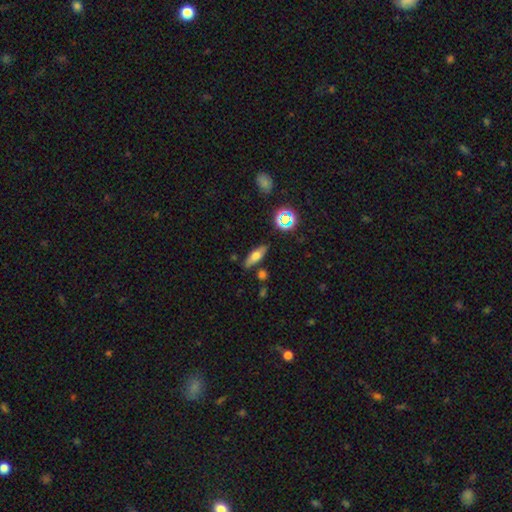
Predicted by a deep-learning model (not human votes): Smooth or featured? smooth (62%)
How rounded? in between (55%)
Merging? none (80%)